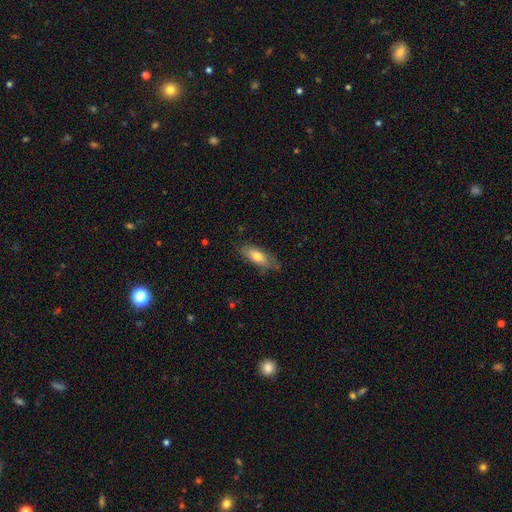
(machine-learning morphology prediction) Q: Smooth or featured?
A: smooth (70%); runner-up: featured or disk (23%)
Q: How rounded?
A: in between (72%); runner-up: cigar-shaped (25%)
Q: Merging?
A: none (69%); runner-up: minor disturbance (24%)